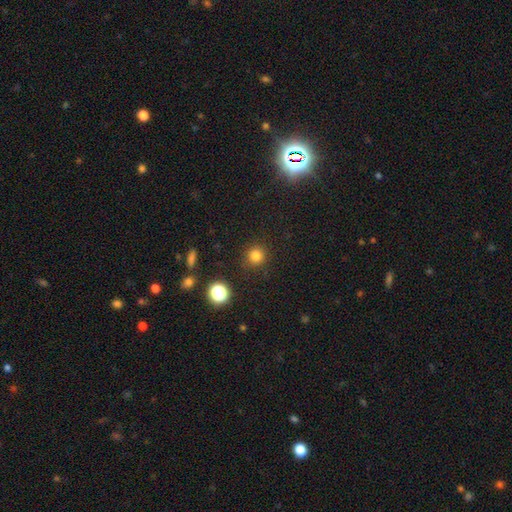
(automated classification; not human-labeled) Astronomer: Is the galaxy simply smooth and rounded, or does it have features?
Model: smooth — 80%.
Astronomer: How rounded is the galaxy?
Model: round — 93%.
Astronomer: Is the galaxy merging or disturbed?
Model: none — 89%.